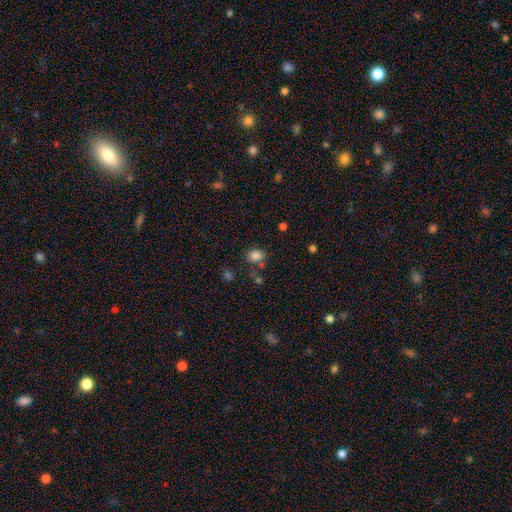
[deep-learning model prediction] Smooth or featured? Predicted: smooth (p=0.82). How rounded? Predicted: in between (p=0.50). Merging? Predicted: none (p=0.71).